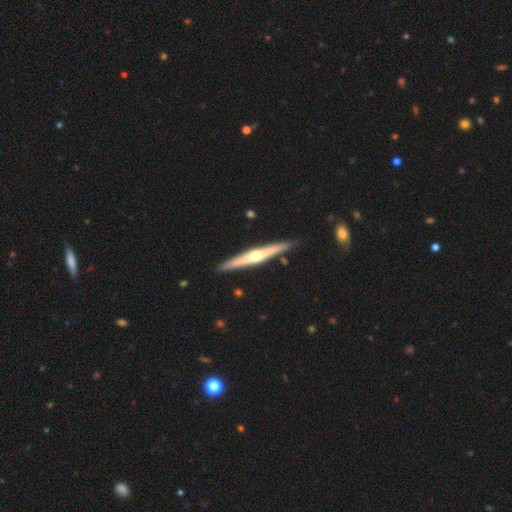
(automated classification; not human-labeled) Smooth or featured?
  - featured or disk: 73% *
  - smooth: 22%
  - star or artifact: 5%
Edge-on disk?
  - yes: 98% *
  - no: 2%
Edge-on bulge?
  - rounded: 88% *
  - none: 8%
  - boxy: 4%
Merging?
  - none: 90% *
  - minor disturbance: 7%
  - merger: 2%
  - major disturbance: 1%